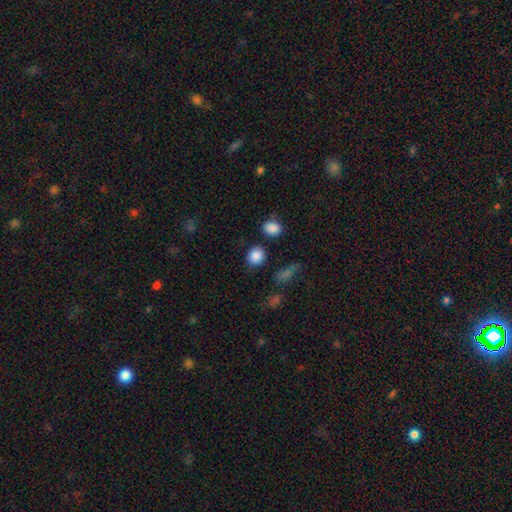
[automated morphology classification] Smooth or featured: smooth — 86% (star or artifact — 10%)
How rounded: round — 78% (in between — 21%)
Merging: none — 81% (minor disturbance — 10%)